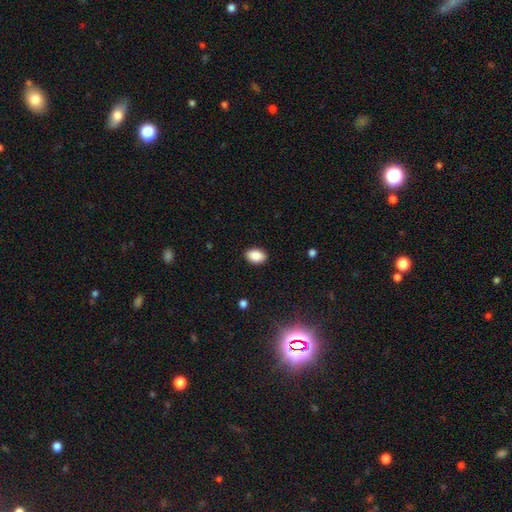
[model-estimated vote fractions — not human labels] A smooth galaxy with no disk features (88%) that is in between round and cigar-shaped (88%). Merging: none (89%).